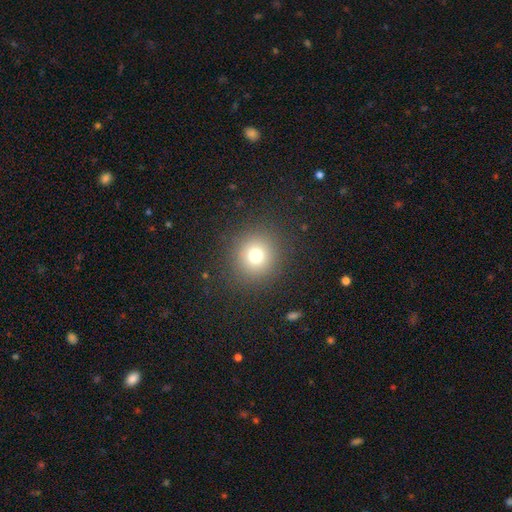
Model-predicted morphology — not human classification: smooth 75%, star or artifact 16%, featured or disk 9%. Down the decision tree: how rounded — round (93%); merging — none (90%).